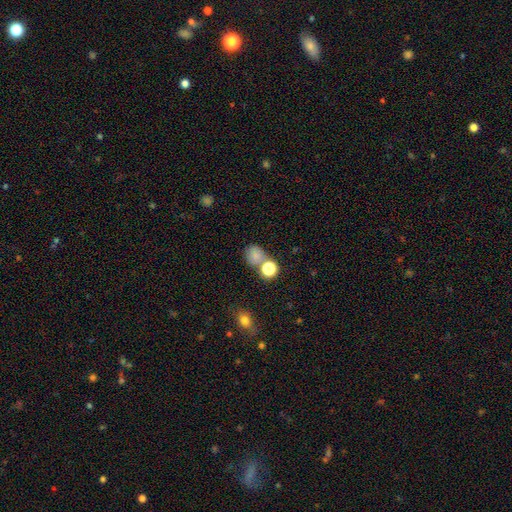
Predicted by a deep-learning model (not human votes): smooth_or_featured: smooth (p=0.73) [alt: star or artifact p=0.18]
how_rounded: round (p=0.66) [alt: in between p=0.33]
merging: none (p=0.56) [alt: merger p=0.26]